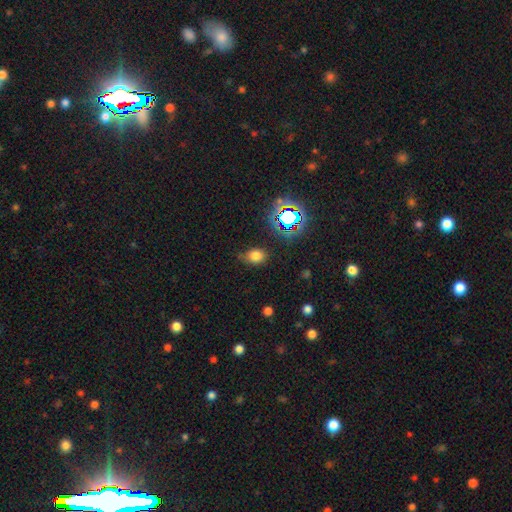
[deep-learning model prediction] smooth_or_featured: smooth (p=0.73) [alt: star or artifact p=0.20]
how_rounded: in between (p=0.57) [alt: round p=0.42]
merging: none (p=0.74) [alt: minor disturbance p=0.18]